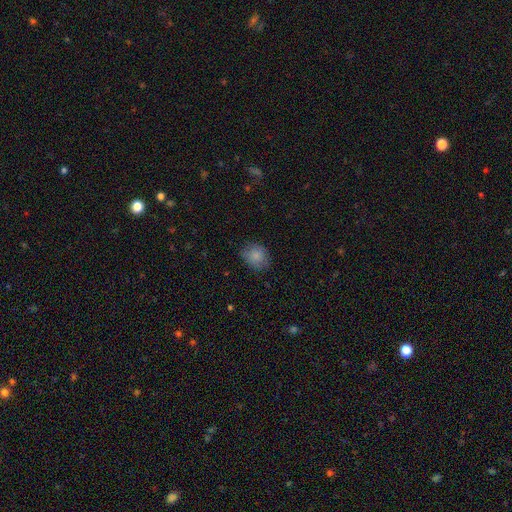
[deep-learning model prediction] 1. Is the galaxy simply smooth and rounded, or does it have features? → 85% smooth, 8% star or artifact, 7% featured or disk.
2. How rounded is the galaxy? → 58% round, 41% in between, 1% cigar-shaped.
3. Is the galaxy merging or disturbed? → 76% none, 18% minor disturbance, 4% major disturbance, 1% merger.